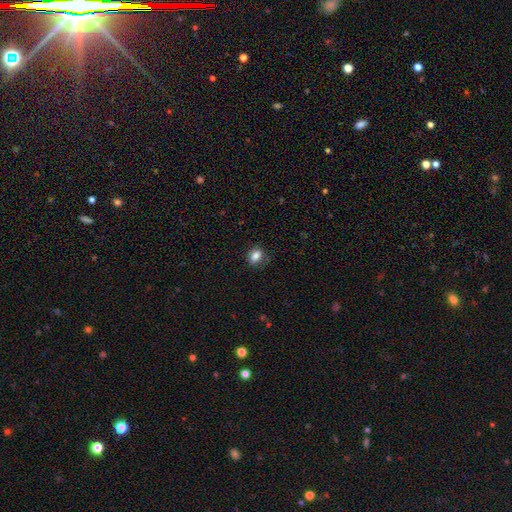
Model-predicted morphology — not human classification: Smooth or featured? Predicted: smooth (p=0.83). How rounded? Predicted: in between (p=0.58). Merging? Predicted: none (p=0.77).